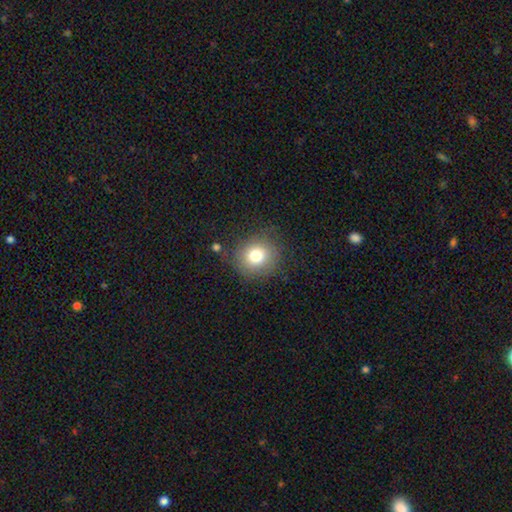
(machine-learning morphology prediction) smooth_or_featured: smooth (p=0.78) [alt: star or artifact p=0.12]
how_rounded: round (p=0.86) [alt: in between p=0.13]
merging: none (p=0.82) [alt: minor disturbance p=0.11]